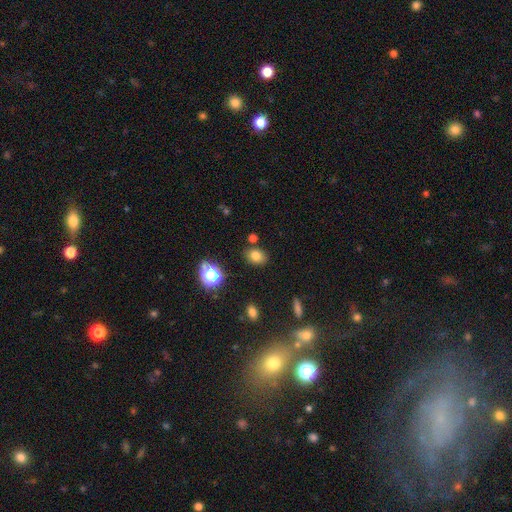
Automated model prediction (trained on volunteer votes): Overall: smooth (75%). How rounded: in between (61%; round 38%). Merging: none (81%).